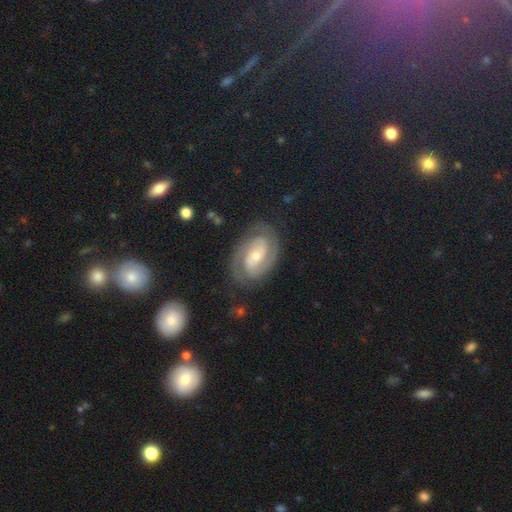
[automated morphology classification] This appears to be a featured or disk galaxy (87%) with a weak bar (40%), 2 (88%) tight (56%) spiral arms (97%) and a small central bulge (58%). Merging: none (81%).